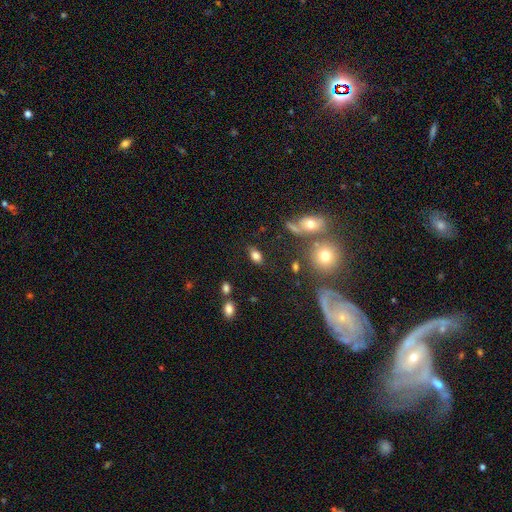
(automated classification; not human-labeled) Smooth or featured? smooth (78%)
How rounded? in between (87%)
Merging? none (76%)